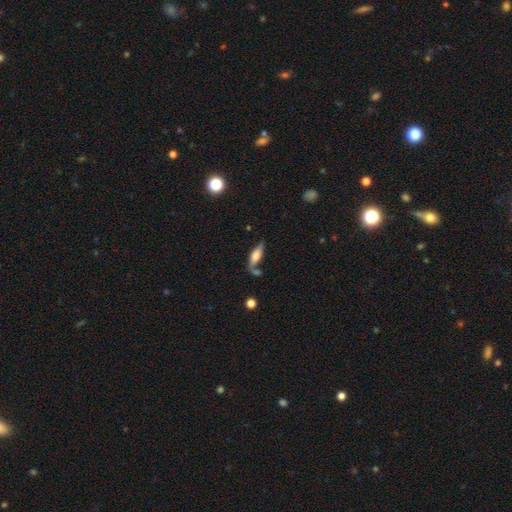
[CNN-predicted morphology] Smooth or featured?
  - smooth: 53% *
  - featured or disk: 40%
  - star or artifact: 7%
How rounded?
  - cigar-shaped: 50% *
  - in between: 47%
  - round: 3%
Merging?
  - none: 63% *
  - minor disturbance: 18%
  - merger: 14%
  - major disturbance: 6%